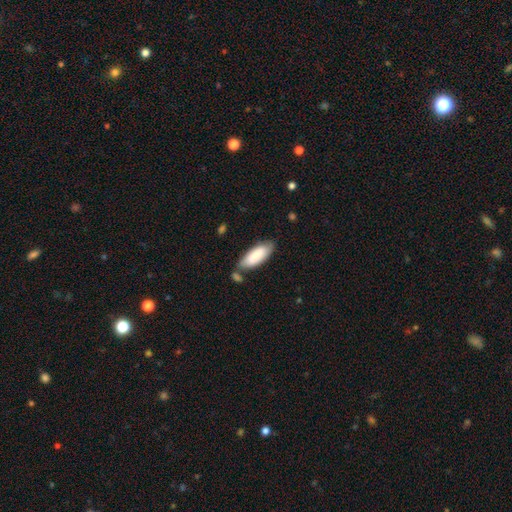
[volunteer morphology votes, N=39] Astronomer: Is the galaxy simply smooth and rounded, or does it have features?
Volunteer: smooth — 74%.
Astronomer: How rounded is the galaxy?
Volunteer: in between — 76%.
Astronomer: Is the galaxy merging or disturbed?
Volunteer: none — 71%.